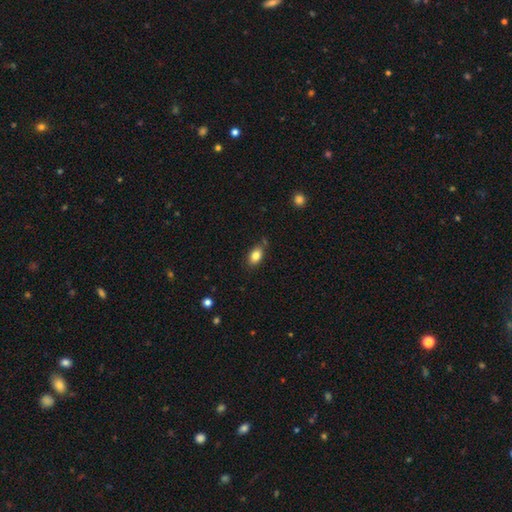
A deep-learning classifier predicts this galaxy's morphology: Q: Smooth or featured?
A: smooth (83%); runner-up: featured or disk (8%)
Q: How rounded?
A: in between (87%); runner-up: round (10%)
Q: Merging?
A: none (75%); runner-up: minor disturbance (16%)